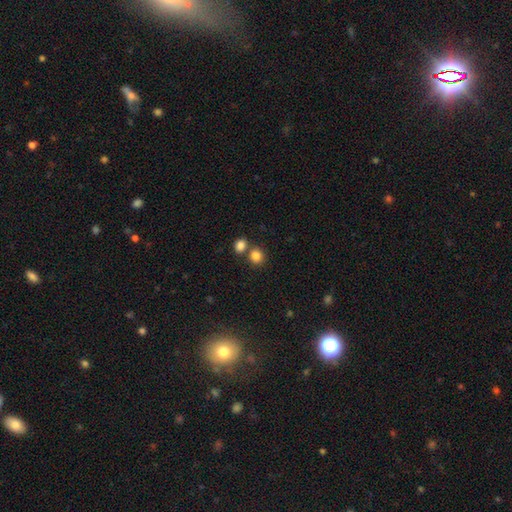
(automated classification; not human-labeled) A smooth galaxy with no disk features (84%) that is round (79%).

Vote fractions:
- Smooth or featured? smooth: 84% / star or artifact: 11% / featured or disk: 5%
- How rounded? round: 79% / in between: 20% / cigar-shaped: 1%
- Merging? none: 62% / merger: 28% / minor disturbance: 8% / major disturbance: 3%